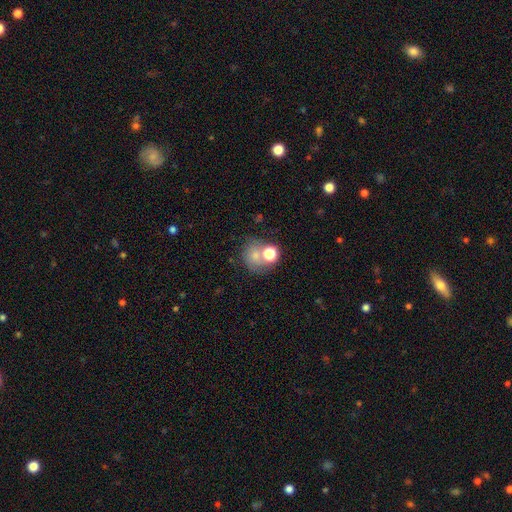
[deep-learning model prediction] A smooth galaxy with no disk features (66%) that is round (70%).

Vote fractions:
- Smooth or featured? smooth: 66% / featured or disk: 18% / star or artifact: 16%
- How rounded? round: 70% / in between: 29% / cigar-shaped: 1%
- Merging? none: 41% / merger: 37% / minor disturbance: 13% / major disturbance: 9%